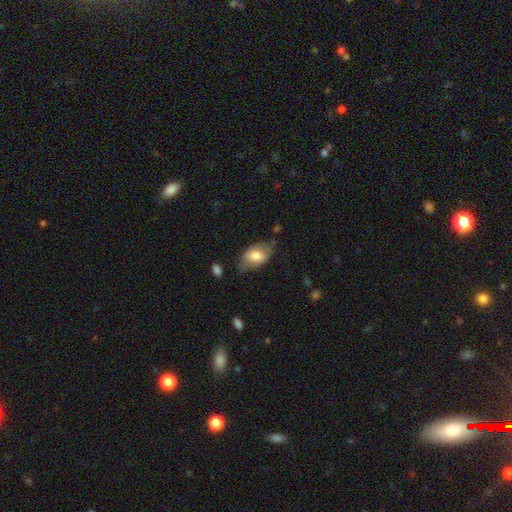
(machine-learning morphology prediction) Smooth or featured? Predicted: smooth (p=0.68). How rounded? Predicted: in between (p=0.91). Merging? Predicted: none (p=0.59).